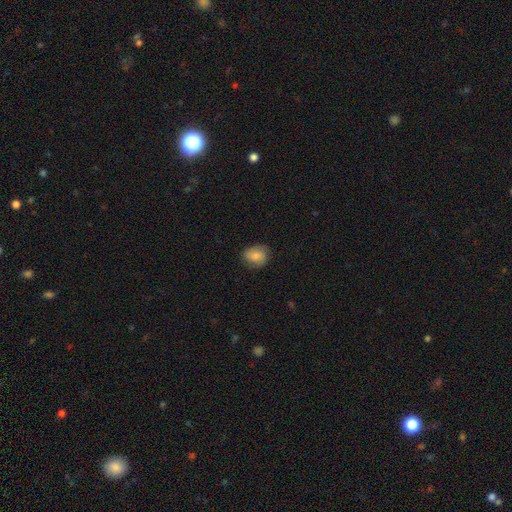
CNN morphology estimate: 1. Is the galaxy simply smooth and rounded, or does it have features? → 75% smooth, 17% featured or disk, 8% star or artifact.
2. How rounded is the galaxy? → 53% round, 46% in between, 1% cigar-shaped.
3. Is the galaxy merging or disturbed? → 77% none, 18% minor disturbance, 4% major disturbance, 1% merger.